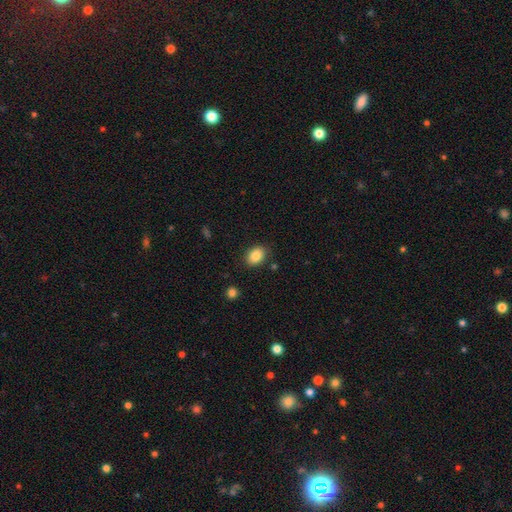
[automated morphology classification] A smooth galaxy with no disk features (86%) that is in between round and cigar-shaped (73%).

Vote fractions:
- Smooth or featured? smooth: 86% / star or artifact: 8% / featured or disk: 6%
- How rounded? in between: 73% / round: 26% / cigar-shaped: 1%
- Merging? none: 85% / minor disturbance: 11% / major disturbance: 3% / merger: 2%